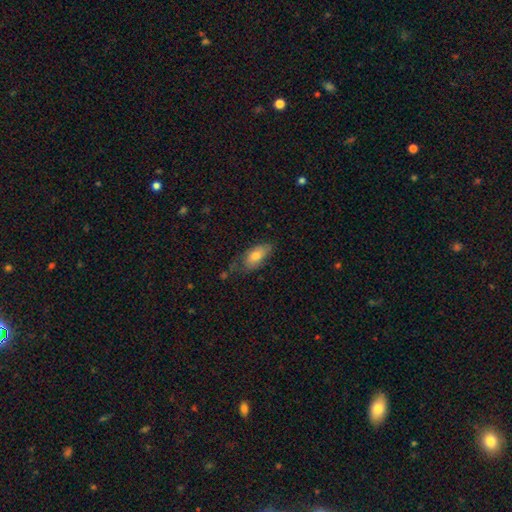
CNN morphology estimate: A smooth galaxy with no disk features (75%) that is in between round and cigar-shaped (87%). Merging: none (55%).